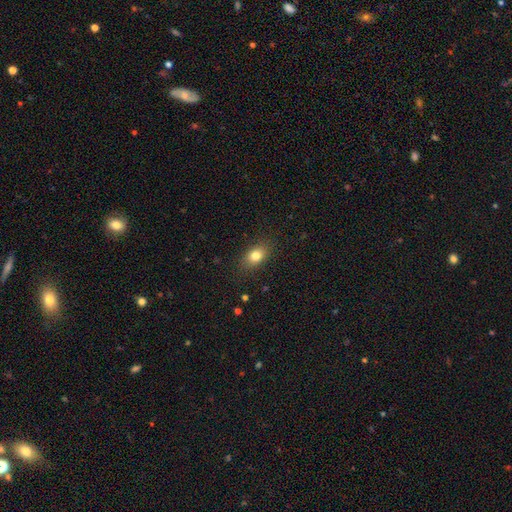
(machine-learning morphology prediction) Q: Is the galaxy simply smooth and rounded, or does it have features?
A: smooth — 80%.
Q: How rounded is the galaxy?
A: in between — 77%.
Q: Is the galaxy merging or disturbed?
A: none — 85%.